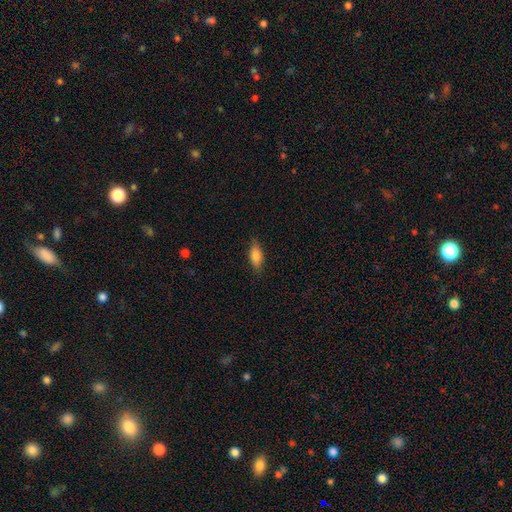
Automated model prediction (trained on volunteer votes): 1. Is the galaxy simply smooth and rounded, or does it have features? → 80% smooth, 13% featured or disk, 7% star or artifact.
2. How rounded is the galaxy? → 70% in between, 28% cigar-shaped, 3% round.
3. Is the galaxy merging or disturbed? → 83% none, 13% minor disturbance, 3% major disturbance, 1% merger.